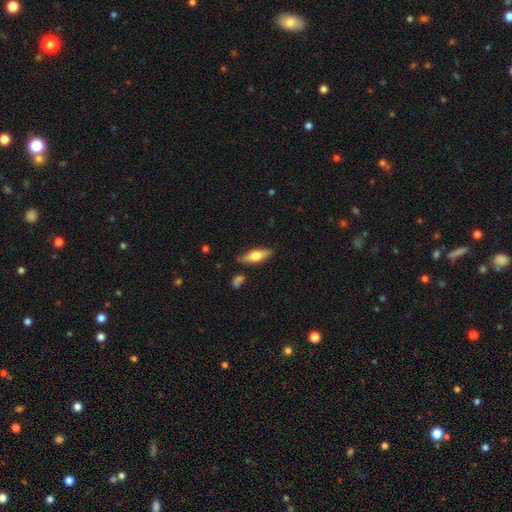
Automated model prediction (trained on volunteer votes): smooth-or-featured: smooth: 48% | featured or disk: 46% | star or artifact: 6%
  merging: none: 82% | minor disturbance: 13% | major disturbance: 3% | merger: 3%